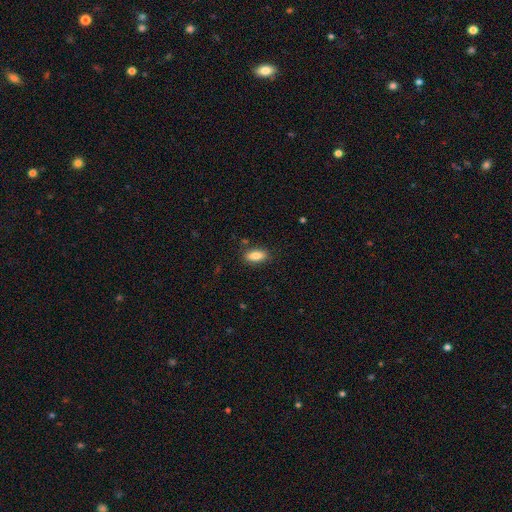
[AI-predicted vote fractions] The model was most divided on "how rounded": in between: 84%, cigar-shaped: 13%, round: 3%. More confident: merging — none (85%); smooth or featured — smooth (83%).